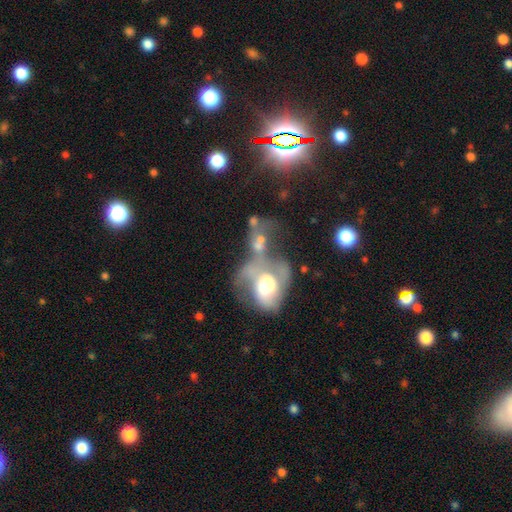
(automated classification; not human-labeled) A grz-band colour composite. It shows a featured or disk galaxy (51%). Merging: merger (41%).